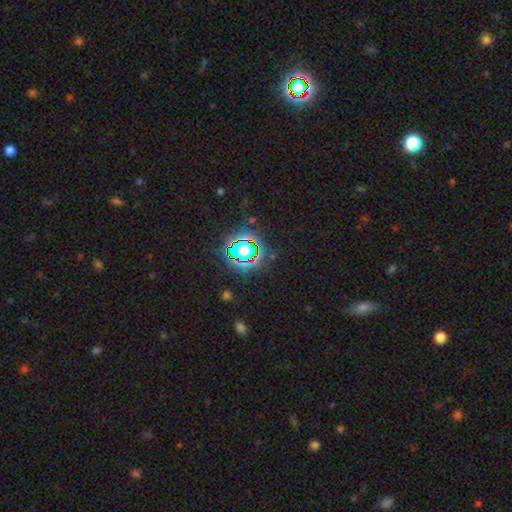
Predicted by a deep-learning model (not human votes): This appears to be a star or artifact, not a galaxy (80%).